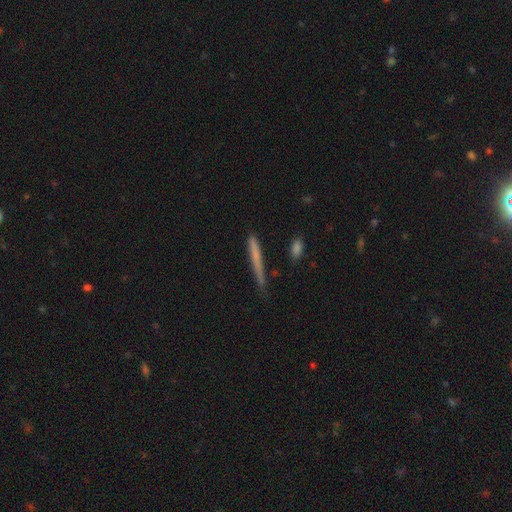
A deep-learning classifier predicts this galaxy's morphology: Smooth or featured?
  - smooth: 64% *
  - featured or disk: 28%
  - star or artifact: 8%
How rounded?
  - cigar-shaped: 96% *
  - in between: 3%
  - round: 2%
Merging?
  - none: 68% *
  - minor disturbance: 23%
  - major disturbance: 5%
  - merger: 3%